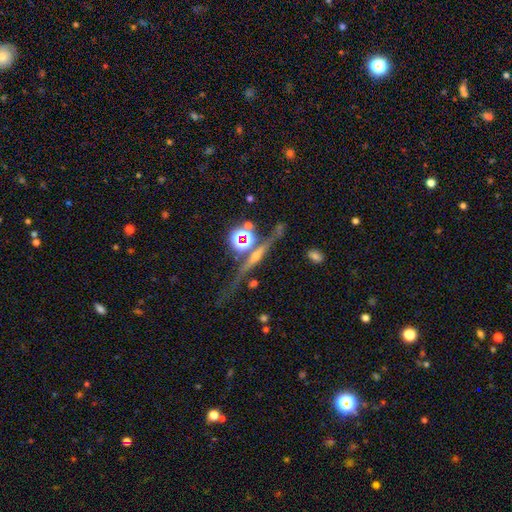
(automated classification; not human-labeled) Smooth or featured?
  - featured or disk: 64% *
  - star or artifact: 21%
  - smooth: 14%
Edge-on disk?
  - yes: 91% *
  - no: 9%
Edge-on bulge?
  - rounded: 75% *
  - none: 14%
  - boxy: 11%
Merging?
  - none: 71% *
  - minor disturbance: 14%
  - merger: 8%
  - major disturbance: 7%